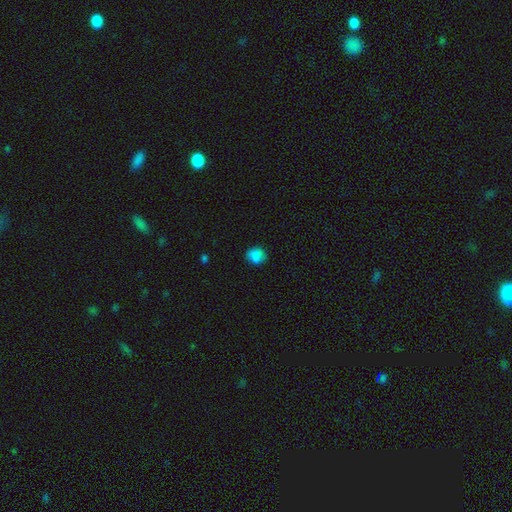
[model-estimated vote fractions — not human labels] smooth 84%, star or artifact 10%, featured or disk 6%. Down the decision tree: how rounded — round (78%); merging — none (80%).